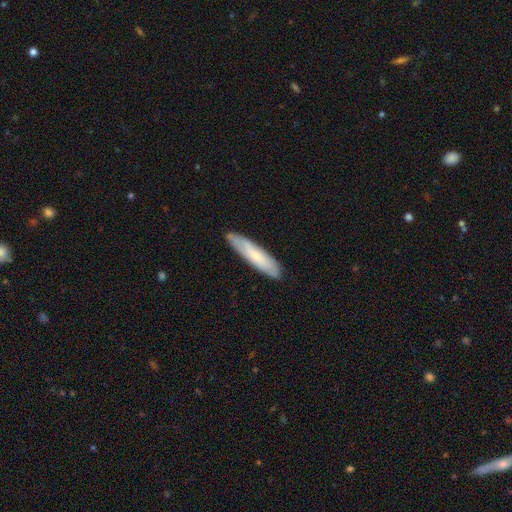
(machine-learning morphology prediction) This appears to be a smooth galaxy with no disk features (65%) that is cigar-shaped (82%). Merging: none (86%).